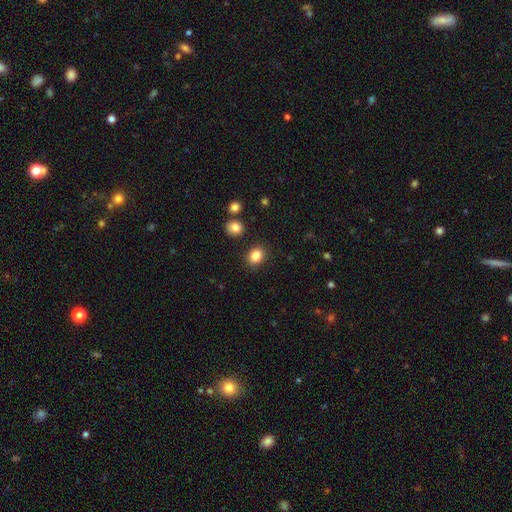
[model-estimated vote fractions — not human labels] Smooth or featured: smooth — 85% (star or artifact — 10%)
How rounded: round — 54% (in between — 45%)
Merging: none — 88% (minor disturbance — 8%)